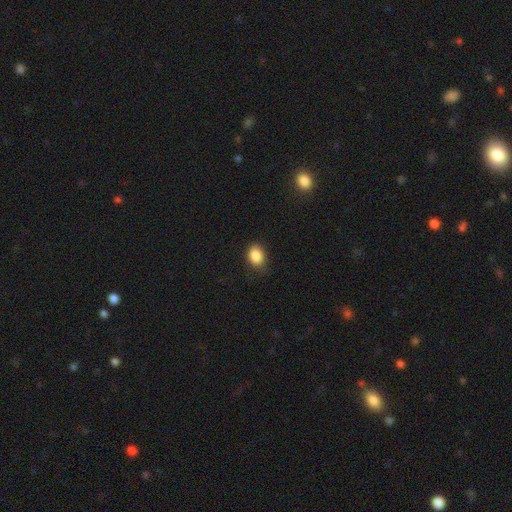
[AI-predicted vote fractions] The model was most divided on "how rounded": in between: 73%, round: 26%, cigar-shaped: 1%. More confident: smooth or featured — smooth (87%); merging — none (80%).